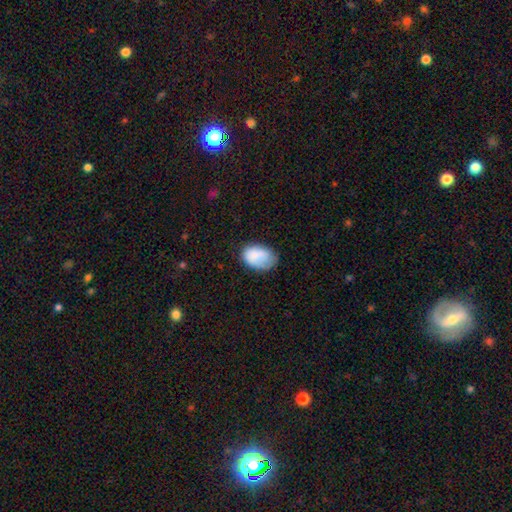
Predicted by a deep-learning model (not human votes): Smooth or featured: smooth — 80% (featured or disk — 12%)
How rounded: in between — 86% (round — 12%)
Merging: none — 54% (minor disturbance — 32%)